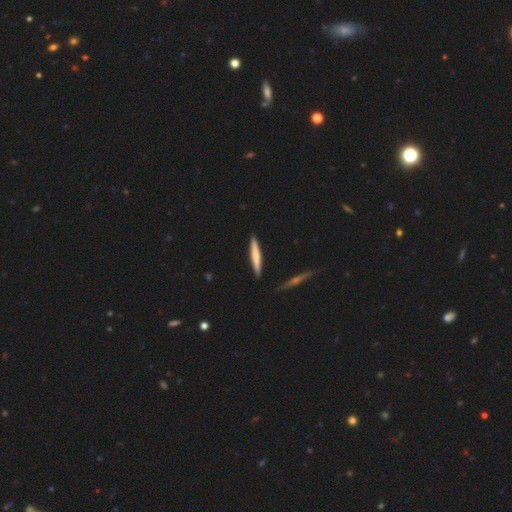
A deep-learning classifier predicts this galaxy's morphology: smooth 63%, featured or disk 32%, star or artifact 5%. Down the decision tree: how rounded — cigar-shaped (94%); merging — none (89%).